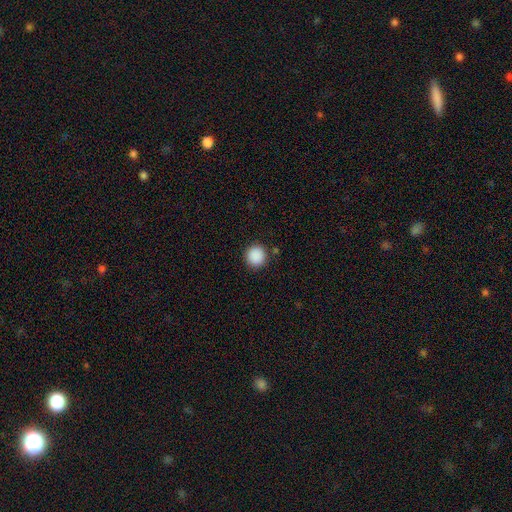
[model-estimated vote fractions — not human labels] Smooth or featured? smooth (89%)
How rounded? round (92%)
Merging? none (89%)